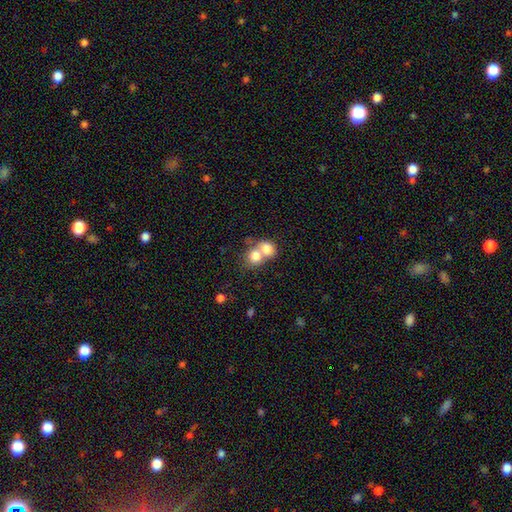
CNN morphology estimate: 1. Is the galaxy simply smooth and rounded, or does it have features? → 77% smooth, 14% featured or disk, 9% star or artifact.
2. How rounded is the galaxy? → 69% round, 30% in between, 1% cigar-shaped.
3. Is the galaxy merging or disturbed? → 67% merger, 25% none, 5% minor disturbance, 3% major disturbance.